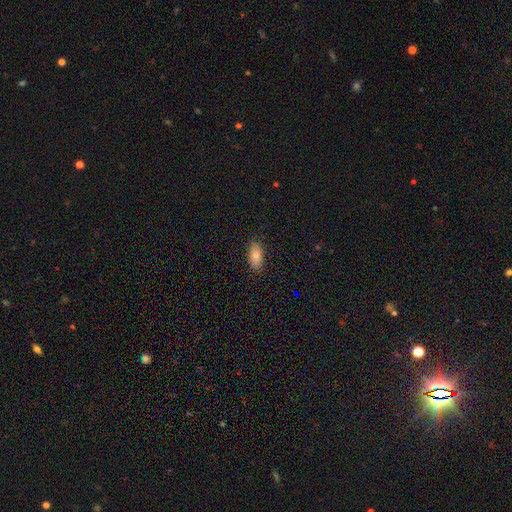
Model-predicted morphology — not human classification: Overall: smooth (82%). How rounded: in between (88%). Merging: none (87%).